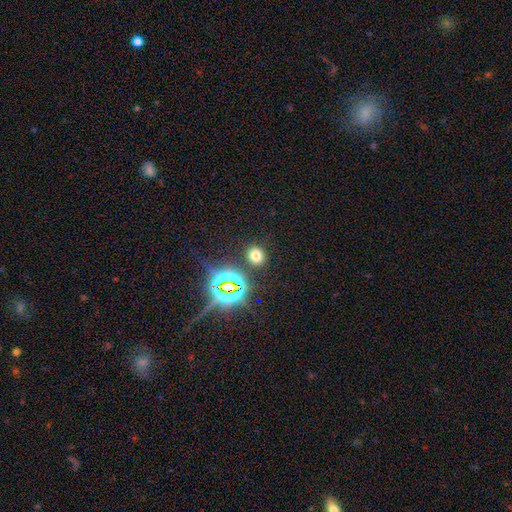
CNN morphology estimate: smooth-or-featured: smooth: 66% | star or artifact: 27% | featured or disk: 7%
  how-rounded: round: 77% | in between: 21% | cigar-shaped: 1%
  merging: none: 88% | minor disturbance: 7% | major disturbance: 3% | merger: 3%